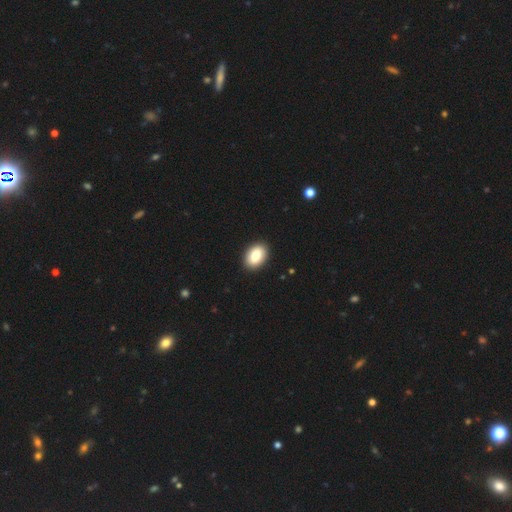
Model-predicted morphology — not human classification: A smooth galaxy with no disk features (84%) that is in between round and cigar-shaped (86%).

Vote fractions:
- Smooth or featured? smooth: 84% / featured or disk: 9% / star or artifact: 7%
- How rounded? in between: 86% / round: 13% / cigar-shaped: 1%
- Merging? none: 91% / minor disturbance: 6% / major disturbance: 2% / merger: 1%